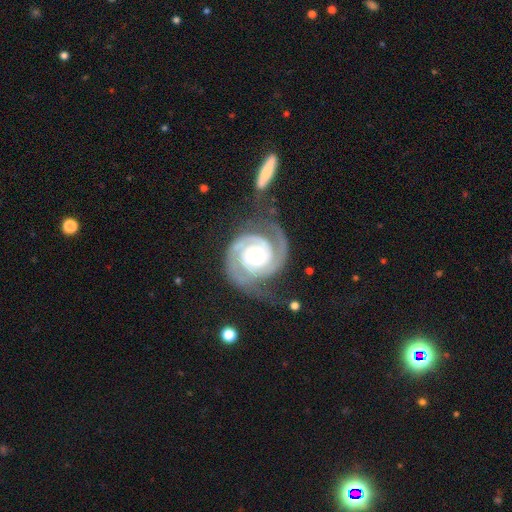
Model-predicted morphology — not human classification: A featured or disk galaxy (92%) with no bar (72%), 2 (81%) tight (72%) spiral arms (98%) and a moderate central bulge (62%).

Vote fractions:
- Smooth or featured? featured or disk: 92% / smooth: 4% / star or artifact: 4%
- Edge-on disk? no: 98% / yes: 2%
- Bar? no: 72% / weak: 20% / strong: 9%
- Spiral arms? yes: 98% / no: 2%
- Spiral winding? tight: 72% / medium: 24% / loose: 4%
- Spiral arm count? 2: 81% / 3: 9% / can't tell: 4% / 1: 2% / 4: 2% / more than 4: 2%
- Bulge size? moderate: 62% / small: 26% / large: 9% / dominant: 1% / none: 1%
- Merging? none: 66% / minor disturbance: 19% / major disturbance: 13% / merger: 3%